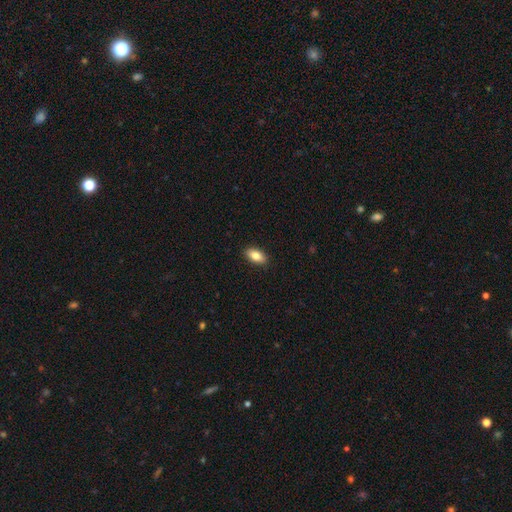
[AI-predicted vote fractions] Smooth or featured?
  - smooth: 83% *
  - featured or disk: 10%
  - star or artifact: 7%
How rounded?
  - in between: 91% *
  - cigar-shaped: 5%
  - round: 4%
Merging?
  - none: 90% *
  - minor disturbance: 7%
  - major disturbance: 2%
  - merger: 1%